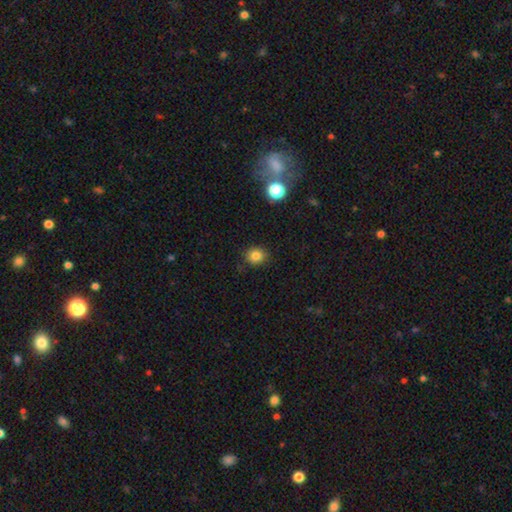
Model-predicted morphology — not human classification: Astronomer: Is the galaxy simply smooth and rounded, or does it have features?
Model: smooth — 81%.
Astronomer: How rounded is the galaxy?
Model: round — 75%.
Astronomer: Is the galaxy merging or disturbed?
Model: none — 85%.